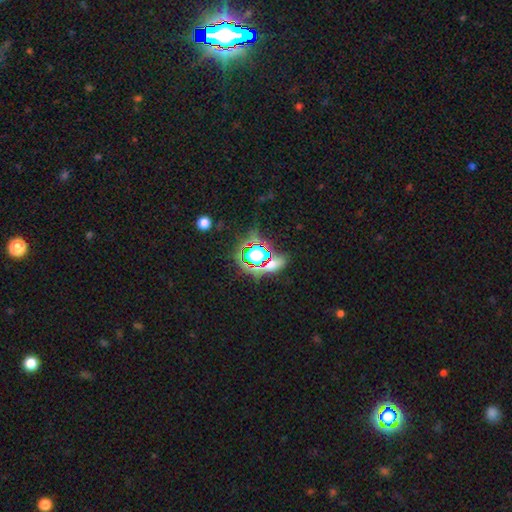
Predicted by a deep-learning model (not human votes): A star or artifact, not a galaxy (64%).

Vote fractions:
- Smooth or featured? star or artifact: 64% / smooth: 25% / featured or disk: 11%